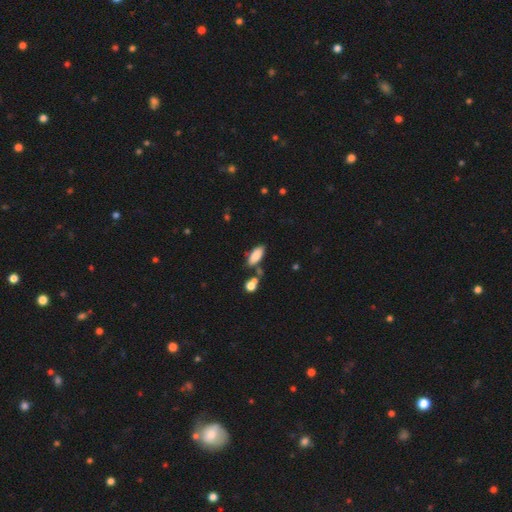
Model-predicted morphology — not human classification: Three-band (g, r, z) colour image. It shows a smooth galaxy with no disk features (85%) that is in between round and cigar-shaped (80%). Merging: none (68%).